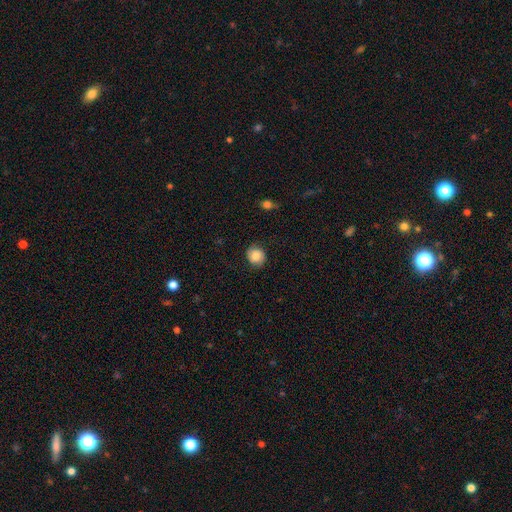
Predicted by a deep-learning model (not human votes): A smooth galaxy with no disk features (73%) that is round (80%).

Vote fractions:
- Smooth or featured? smooth: 73% / featured or disk: 18% / star or artifact: 9%
- How rounded? round: 80% / in between: 19% / cigar-shaped: 1%
- Merging? none: 80% / minor disturbance: 15% / major disturbance: 4% / merger: 1%